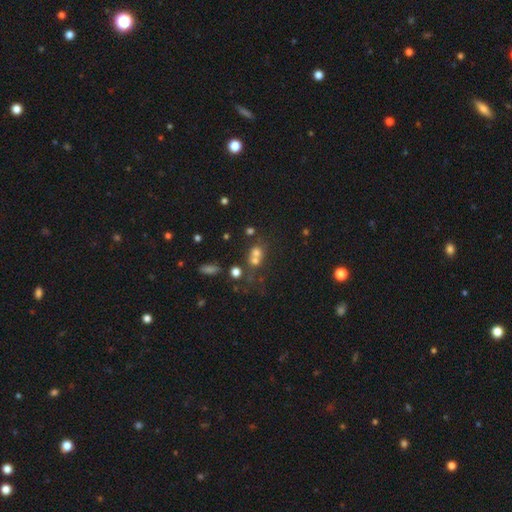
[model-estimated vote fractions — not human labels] This is likely a smooth galaxy (61%). How rounded: likely round (78%). Merging: possibly merger (53%).